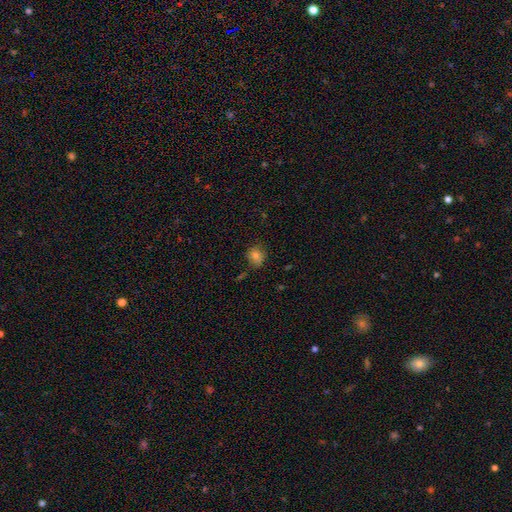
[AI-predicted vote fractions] This is likely a smooth galaxy (78%). How rounded: likely round (69%). Merging: likely none (75%).